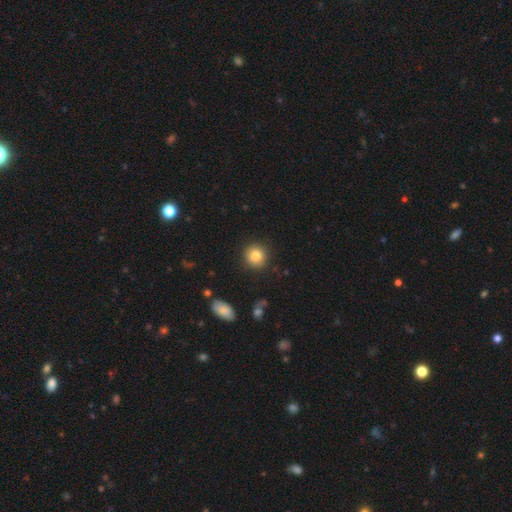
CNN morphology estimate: A smooth galaxy with no disk features (83%) that is round (91%). Merging: none (90%).